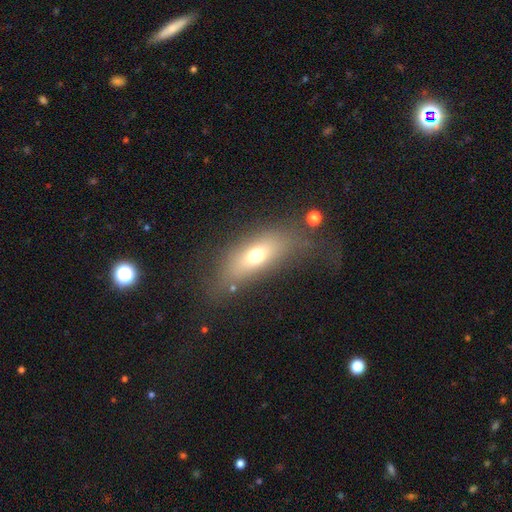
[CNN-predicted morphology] Smooth or featured?
  - smooth: 64% *
  - featured or disk: 24%
  - star or artifact: 12%
How rounded?
  - in between: 69% *
  - cigar-shaped: 23%
  - round: 8%
Merging?
  - none: 69% *
  - minor disturbance: 16%
  - major disturbance: 12%
  - merger: 3%